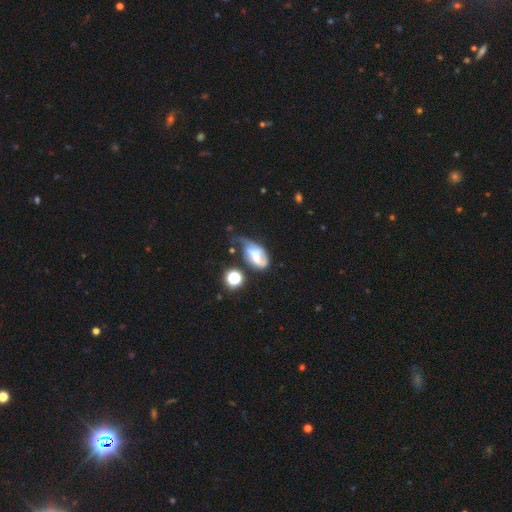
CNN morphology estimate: Overall: featured or disk (53%; smooth 37%). Edge-on disk: no (93%). Merging: major disturbance (38%; minor disturbance 29%).